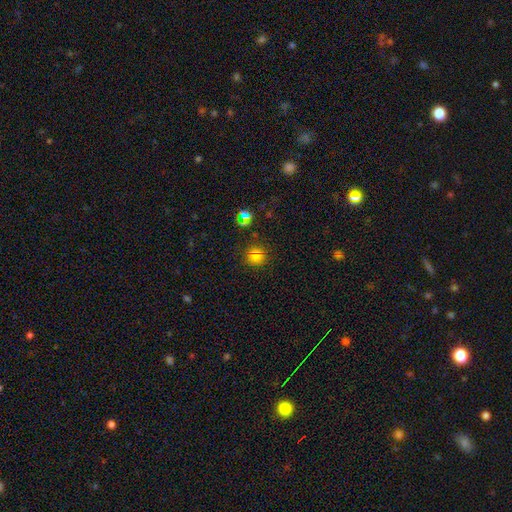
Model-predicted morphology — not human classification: Q: Smooth or featured?
A: smooth (71%); runner-up: star or artifact (24%)
Q: How rounded?
A: round (89%); runner-up: in between (10%)
Q: Merging?
A: none (84%); runner-up: minor disturbance (9%)